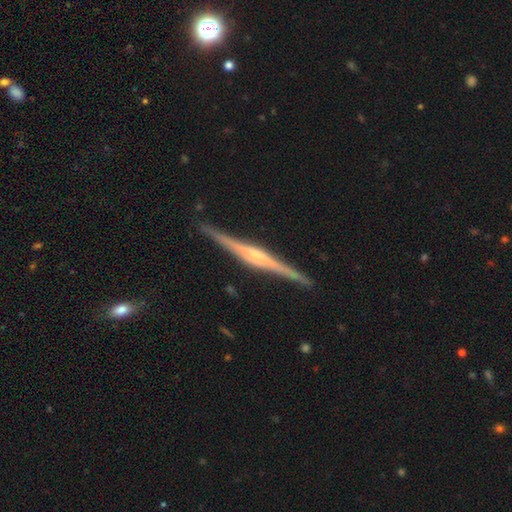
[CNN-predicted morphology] The model was most divided on "edge-on bulge": rounded: 63%, boxy: 24%, none: 13%. More confident: edge-on disk — yes (98%); merging — none (90%); smooth or featured — featured or disk (86%).